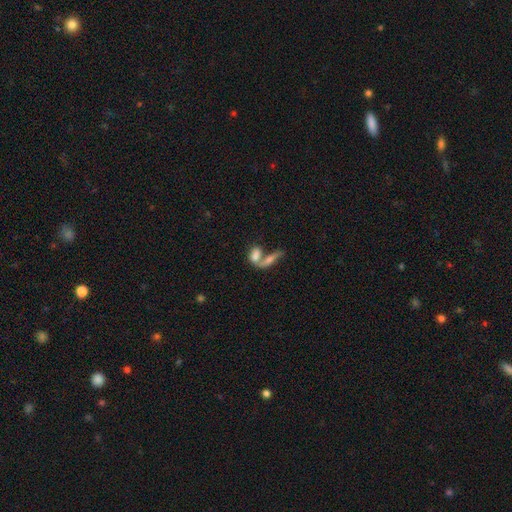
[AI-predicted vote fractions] This is likely a smooth galaxy (64%). How rounded: likely in between (68%). Merging: likely merger (62%).